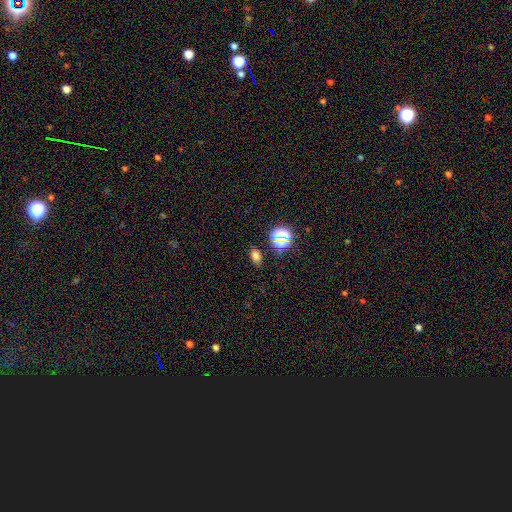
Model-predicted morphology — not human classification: A smooth galaxy with no disk features (69%) that is in between round and cigar-shaped (83%).

Vote fractions:
- Smooth or featured? smooth: 69% / star or artifact: 24% / featured or disk: 8%
- How rounded? in between: 83% / round: 14% / cigar-shaped: 3%
- Merging? none: 85% / minor disturbance: 10% / major disturbance: 3% / merger: 2%